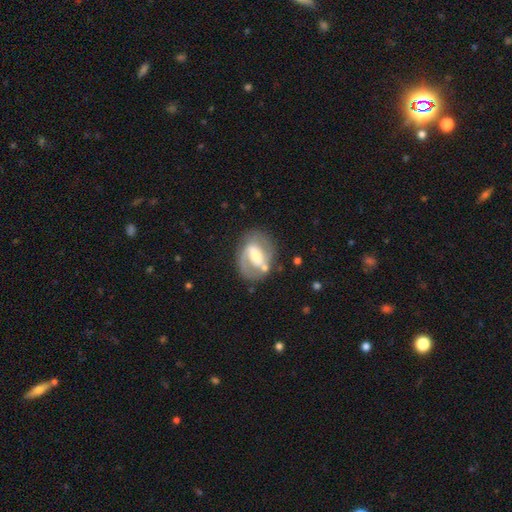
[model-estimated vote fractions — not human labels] smooth-or-featured: featured or disk: 77% | smooth: 18% | star or artifact: 6%
  disk-edge-on: no: 97% | yes: 3%
    bar: strong: 45% | weak: 39% | no: 16%
    has-spiral-arms: yes: 84% | no: 16%
      spiral-winding: medium: 48% | tight: 33% | loose: 19%
      spiral-arm-count: 2: 77% | 1: 10% | can't tell: 9% | 3: 2% | 4: 1% | more than 4: 1%
    bulge-size: moderate: 50% | small: 27% | large: 18% | none: 4% | dominant: 2%
  merging: none: 69% | minor disturbance: 17% | major disturbance: 9% | merger: 5%